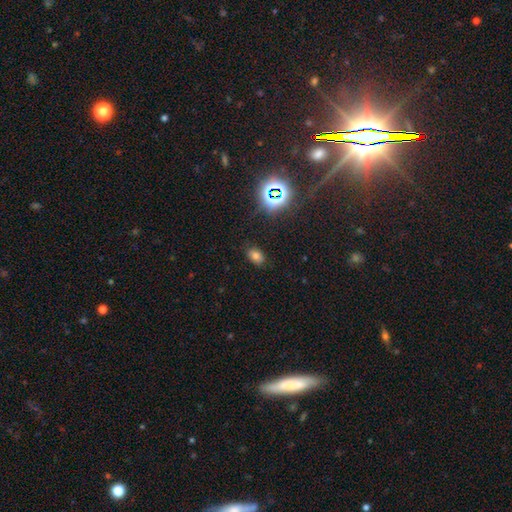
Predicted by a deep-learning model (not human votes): smooth_or_featured: smooth (p=0.69) [alt: star or artifact p=0.22]
how_rounded: in between (p=0.82) [alt: round p=0.16]
merging: none (p=0.84) [alt: minor disturbance p=0.11]